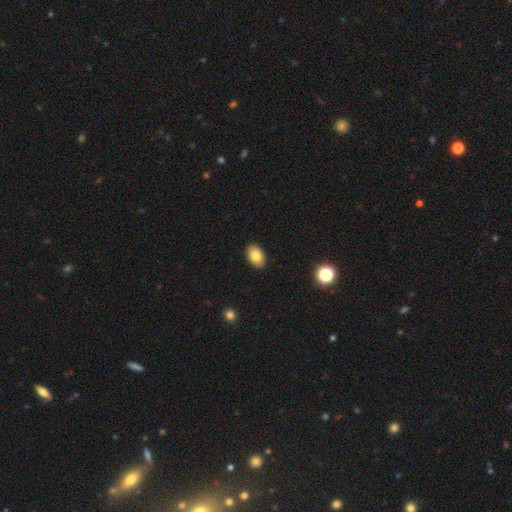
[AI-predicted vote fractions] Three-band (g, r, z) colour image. It shows a smooth galaxy with no disk features (81%) that is in between round and cigar-shaped (88%). Merging: none (90%).